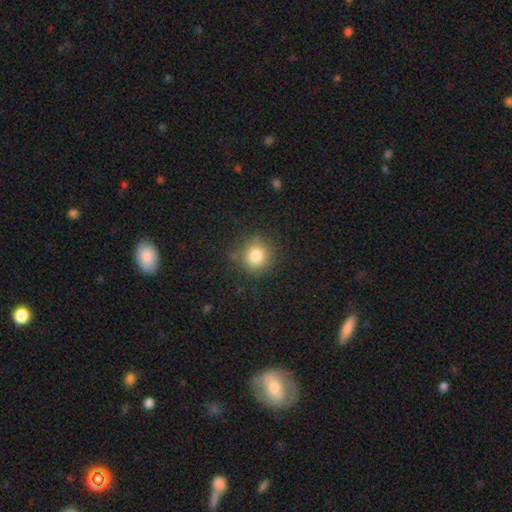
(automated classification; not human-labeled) Smooth or featured?
  - smooth: 82% *
  - star or artifact: 11%
  - featured or disk: 7%
How rounded?
  - round: 89% *
  - in between: 10%
  - cigar-shaped: 1%
Merging?
  - none: 82% *
  - minor disturbance: 12%
  - major disturbance: 4%
  - merger: 2%